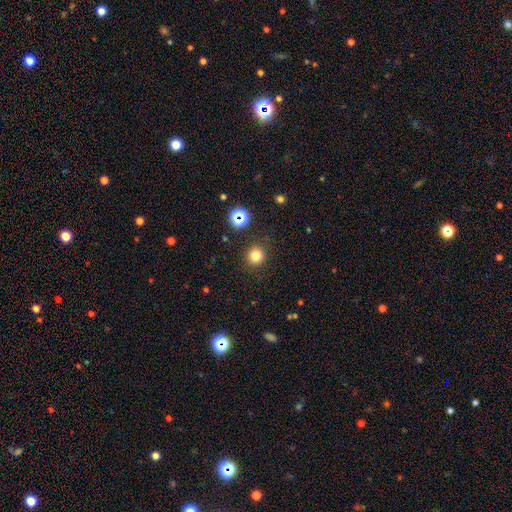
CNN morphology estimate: smooth-or-featured: smooth: 80% | star or artifact: 15% | featured or disk: 5%
  how-rounded: round: 91% | in between: 8% | cigar-shaped: 1%
  merging: none: 89% | minor disturbance: 6% | major disturbance: 3% | merger: 2%